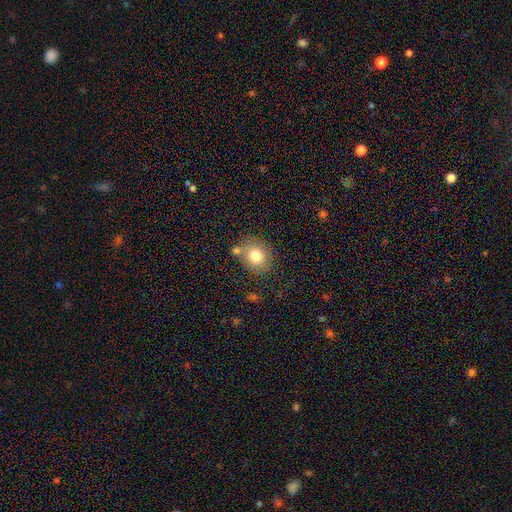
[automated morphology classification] This is likely a smooth galaxy (78%). How rounded: likely round (73%). Merging: likely none (68%).